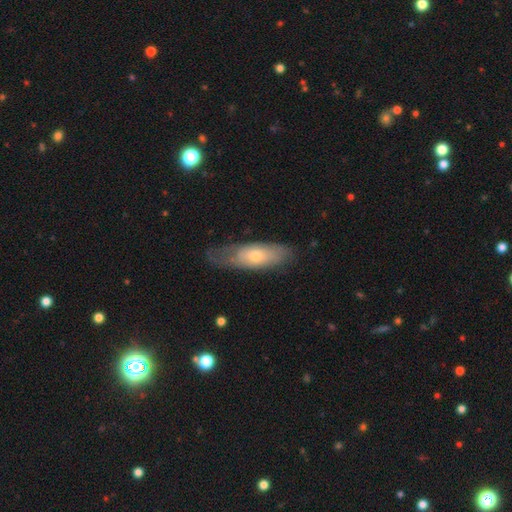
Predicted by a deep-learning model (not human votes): A smooth galaxy with no disk features (52%) that is in between round and cigar-shaped (61%).

Vote fractions:
- Smooth or featured? smooth: 52% / featured or disk: 42% / star or artifact: 6%
- How rounded? in between: 61% / cigar-shaped: 36% / round: 3%
- Merging? none: 55% / minor disturbance: 30% / major disturbance: 14% / merger: 2%